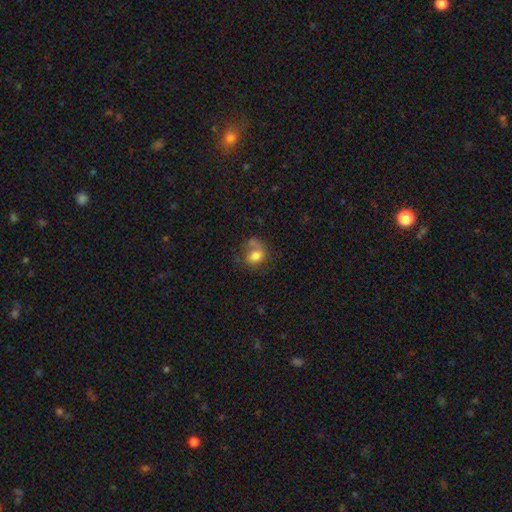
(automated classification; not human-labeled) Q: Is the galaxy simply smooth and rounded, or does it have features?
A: smooth — 75%.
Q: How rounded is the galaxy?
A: in between — 56%.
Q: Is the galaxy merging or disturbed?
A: none — 41%.